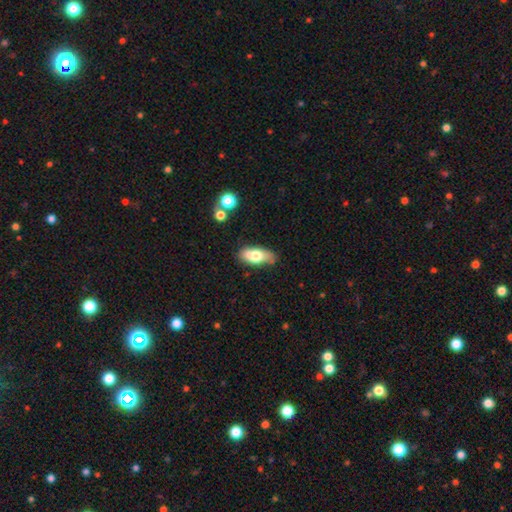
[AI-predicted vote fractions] Overall: smooth (69%). How rounded: in between (83%). Merging: none (74%).